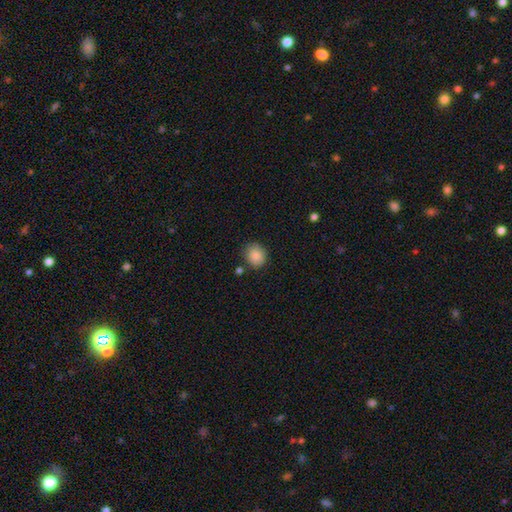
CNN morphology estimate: Smooth or featured: smooth — 88% (star or artifact — 8%)
How rounded: round — 69% (in between — 30%)
Merging: none — 79% (minor disturbance — 14%)